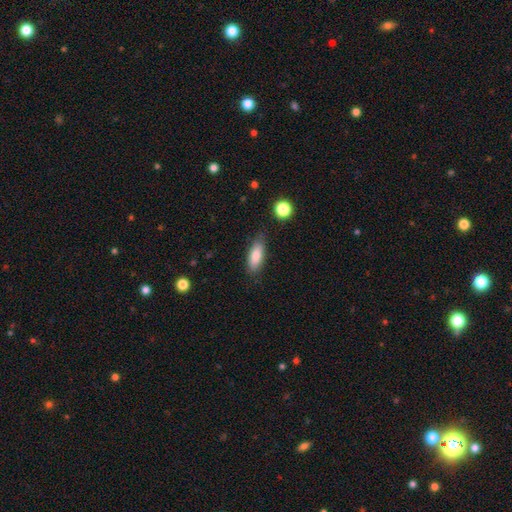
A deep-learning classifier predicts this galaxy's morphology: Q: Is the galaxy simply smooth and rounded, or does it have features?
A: smooth — 80%.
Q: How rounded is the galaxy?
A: in between — 73%.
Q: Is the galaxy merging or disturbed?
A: none — 77%.